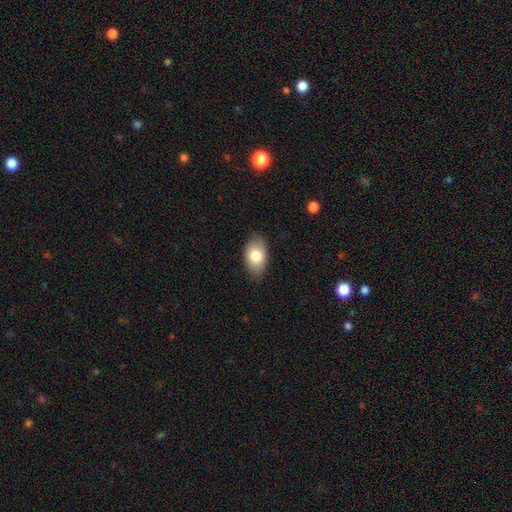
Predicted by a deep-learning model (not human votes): smooth_or_featured: smooth (p=0.79) [alt: featured or disk p=0.14]
how_rounded: in between (p=0.90) [alt: round p=0.08]
merging: none (p=0.83) [alt: minor disturbance p=0.13]